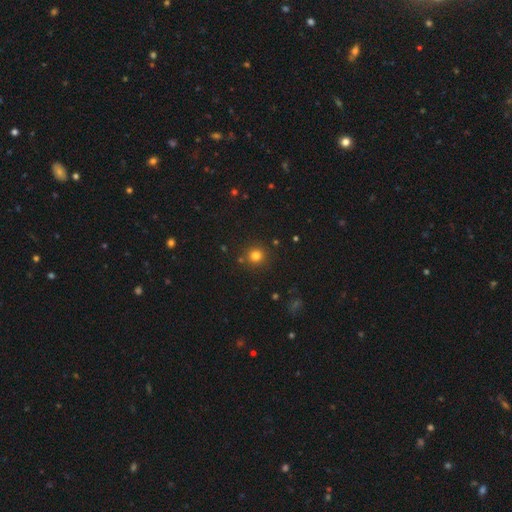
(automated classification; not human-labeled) Smooth or featured? Predicted: smooth (p=0.78). How rounded? Predicted: round (p=0.93). Merging? Predicted: none (p=0.86).